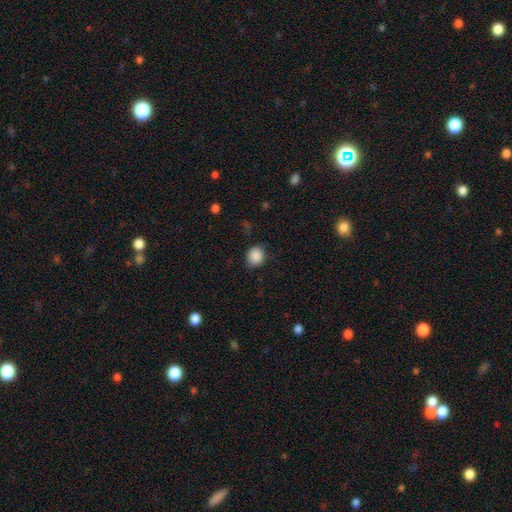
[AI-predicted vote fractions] A smooth galaxy with no disk features (88%) that is round (75%).

Vote fractions:
- Smooth or featured? smooth: 88% / star or artifact: 9% / featured or disk: 3%
- How rounded? round: 75% / in between: 24% / cigar-shaped: 1%
- Merging? none: 84% / minor disturbance: 12% / major disturbance: 3% / merger: 1%